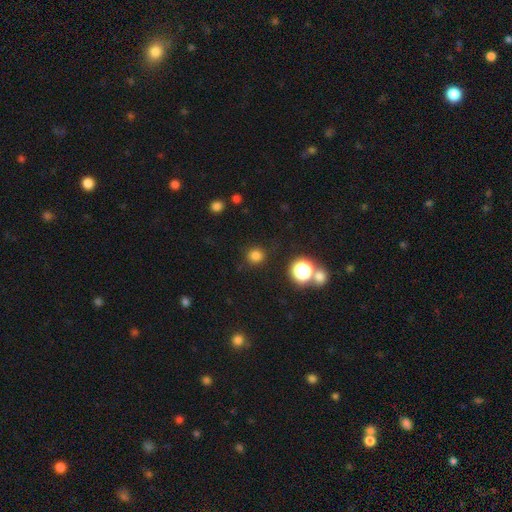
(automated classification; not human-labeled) A smooth galaxy with no disk features (78%) that is round (93%).

Vote fractions:
- Smooth or featured? smooth: 78% / star or artifact: 18% / featured or disk: 4%
- How rounded? round: 93% / in between: 6% / cigar-shaped: 1%
- Merging? none: 89% / minor disturbance: 6% / major disturbance: 3% / merger: 2%